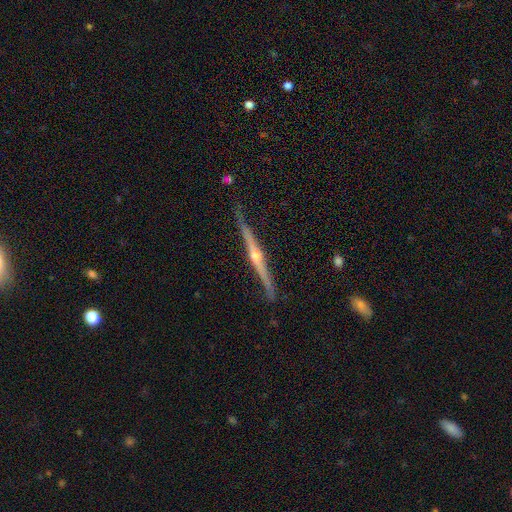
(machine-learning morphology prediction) Q: Smooth or featured?
A: featured or disk (86%); runner-up: smooth (9%)
Q: Edge-on disk?
A: yes (98%); runner-up: no (2%)
Q: Edge-on bulge?
A: rounded (91%); runner-up: none (6%)
Q: Merging?
A: none (86%); runner-up: minor disturbance (10%)